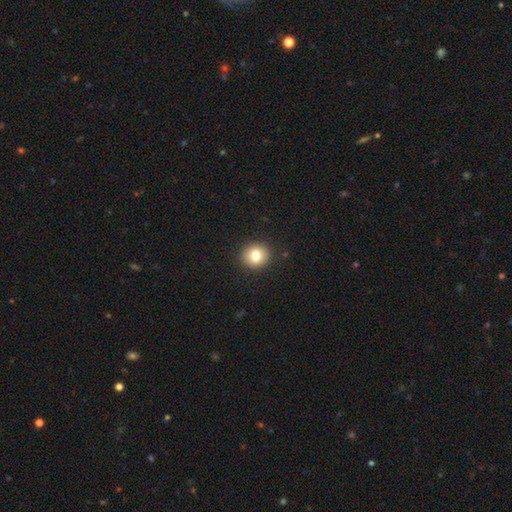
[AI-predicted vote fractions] smooth 79%, star or artifact 11%, featured or disk 10%. Down the decision tree: how rounded — round (85%); merging — none (91%).